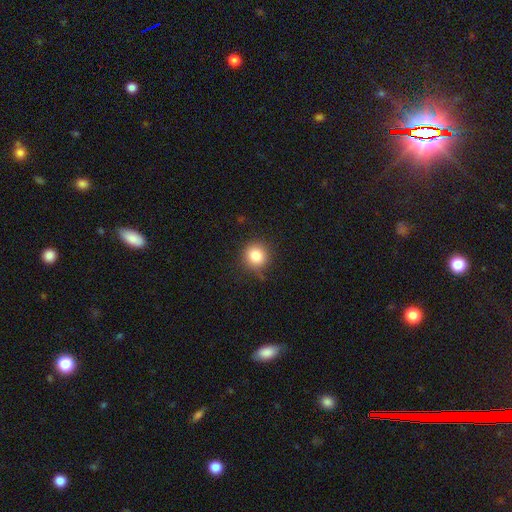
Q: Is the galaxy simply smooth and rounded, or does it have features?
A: smooth — 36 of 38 (95%).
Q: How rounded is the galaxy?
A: round — 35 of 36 (97%).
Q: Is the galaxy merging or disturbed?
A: none — 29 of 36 (81%).